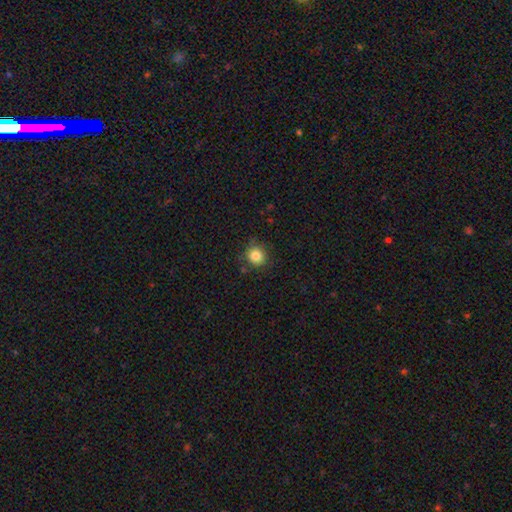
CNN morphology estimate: smooth_or_featured: smooth (p=0.83) [alt: star or artifact p=0.11]
how_rounded: round (p=0.91) [alt: in between p=0.08]
merging: none (p=0.84) [alt: minor disturbance p=0.11]